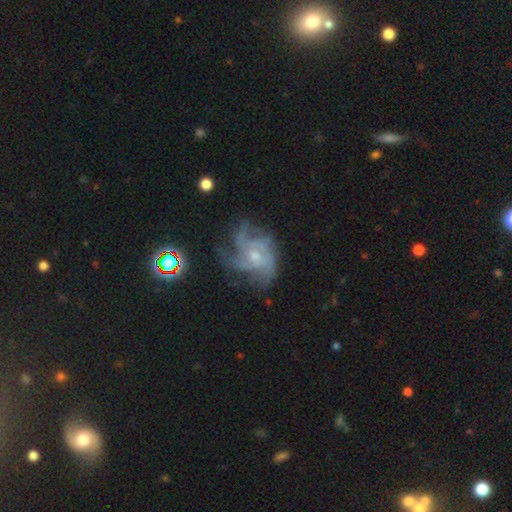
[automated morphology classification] Smooth or featured? featured or disk (80%)
Edge-on disk? no (98%)
Bar? no (72%)
Spiral arms? yes (92%)
Spiral winding? medium (47%)
Spiral arm count? 4 (30%)
Bulge size? small (52%)
Merging? none (51%)